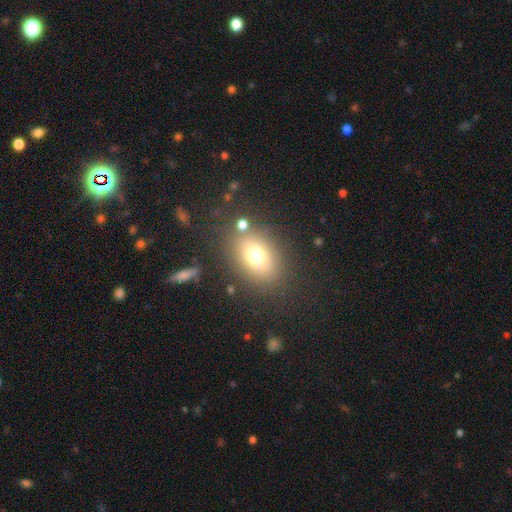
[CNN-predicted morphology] Smooth or featured? smooth (71%)
How rounded? in between (64%)
Merging? none (77%)